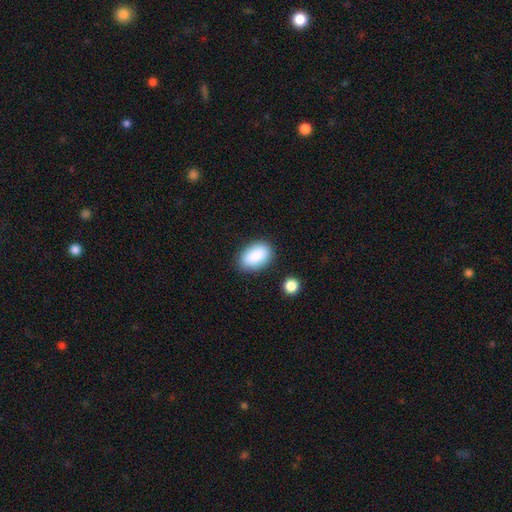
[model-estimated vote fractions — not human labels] This is clearly a smooth galaxy (89%). How rounded: clearly in between (91%). Merging: clearly none (83%).